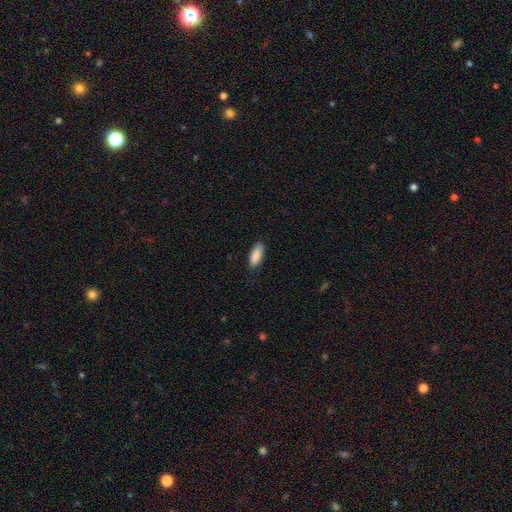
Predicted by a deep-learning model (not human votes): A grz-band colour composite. It shows a smooth galaxy with no disk features (89%) that is in between round and cigar-shaped (73%). Merging: none (83%).